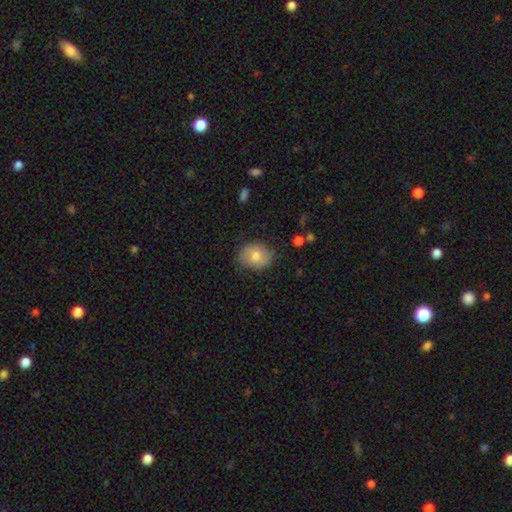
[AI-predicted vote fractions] Morphology: type=smooth (72%); roundness=round (50%); merging=none (79%).